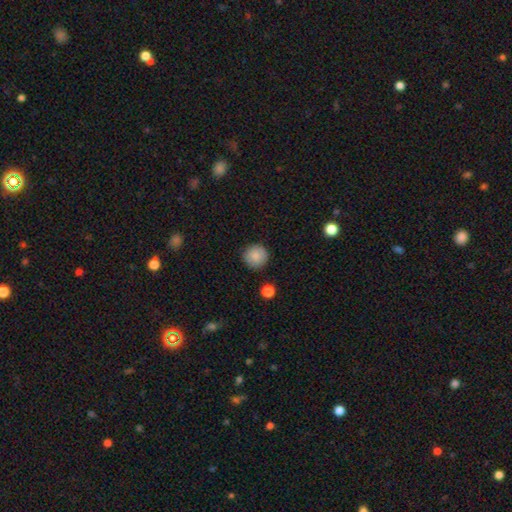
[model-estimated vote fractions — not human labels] smooth_or_featured: smooth (p=0.85) [alt: star or artifact p=0.08]
how_rounded: round (p=0.94) [alt: in between p=0.05]
merging: none (p=0.89) [alt: minor disturbance p=0.07]